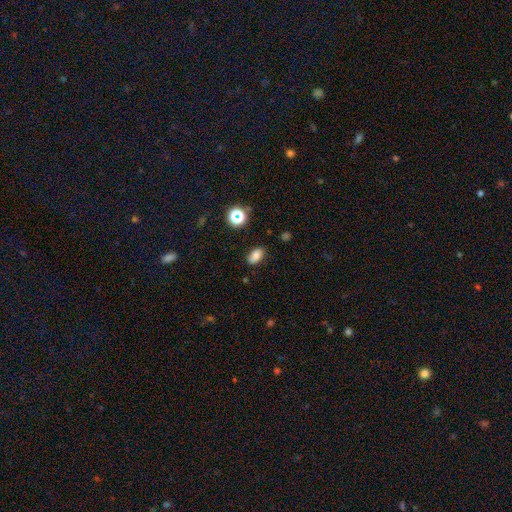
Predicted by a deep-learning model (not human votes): smooth-or-featured: smooth: 75% | star or artifact: 14% | featured or disk: 11%
  how-rounded: in between: 87% | round: 11% | cigar-shaped: 2%
  merging: none: 81% | minor disturbance: 14% | major disturbance: 3% | merger: 2%